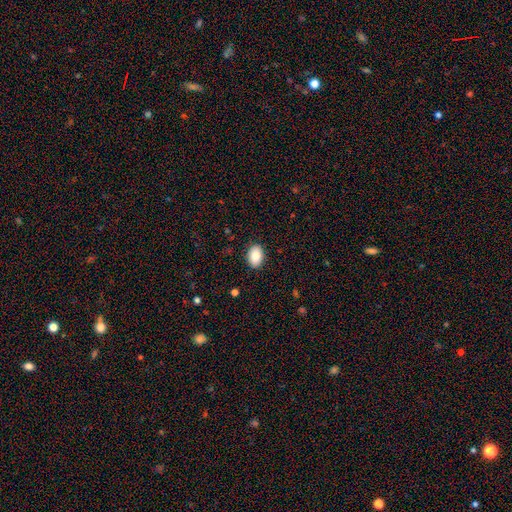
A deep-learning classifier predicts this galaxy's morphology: Smooth or featured: smooth — 85% (featured or disk — 8%)
How rounded: in between — 84% (round — 15%)
Merging: none — 89% (minor disturbance — 8%)